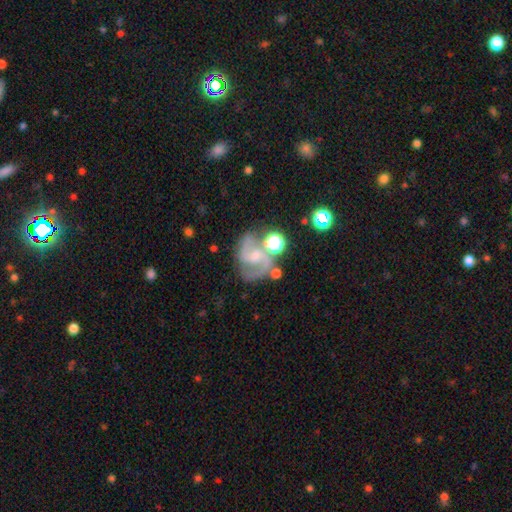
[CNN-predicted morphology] Overall: featured or disk (80%). Edge-on disk: no (98%). Bar: weak (47%; no 39%). Spiral arms: yes (95%). Spiral arm count: 2 (89%). Spiral winding: medium (59%; loose 25%). Bulge size: small (51%; moderate 33%). Merging: none (59%).